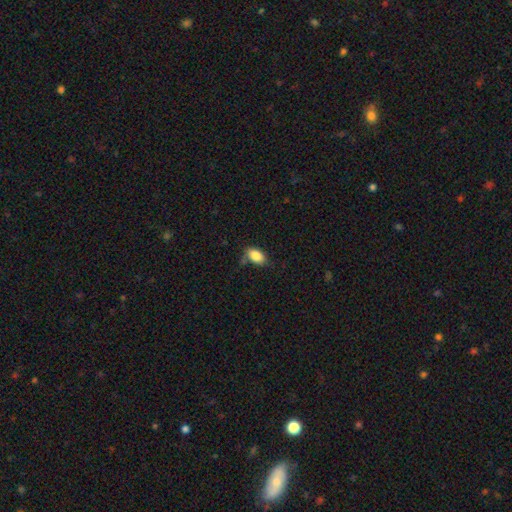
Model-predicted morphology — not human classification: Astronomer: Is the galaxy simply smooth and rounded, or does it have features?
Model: smooth — 86%.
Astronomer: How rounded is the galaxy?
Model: in between — 90%.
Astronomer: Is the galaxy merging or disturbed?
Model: none — 67%.